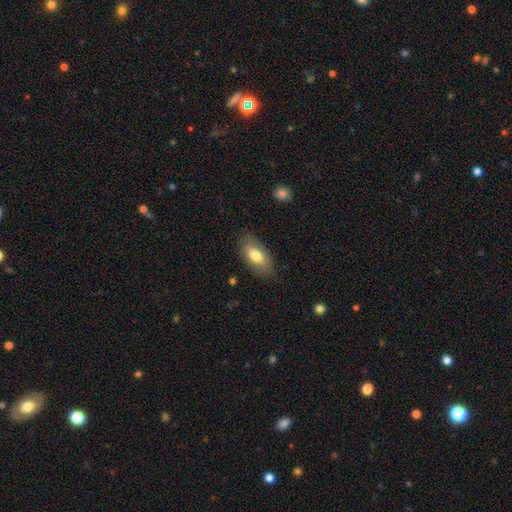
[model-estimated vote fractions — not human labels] A smooth galaxy with no disk features (76%) that is in between round and cigar-shaped (90%). Merging: none (82%).